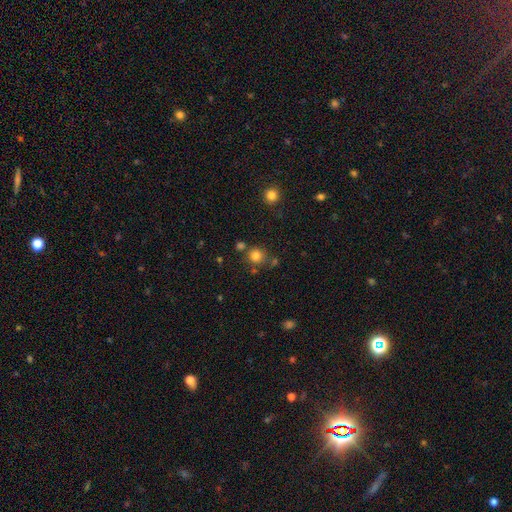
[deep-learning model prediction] smooth_or_featured: smooth (p=0.79) [alt: star or artifact p=0.15]
how_rounded: round (p=0.91) [alt: in between p=0.08]
merging: none (p=0.75) [alt: merger p=0.12]